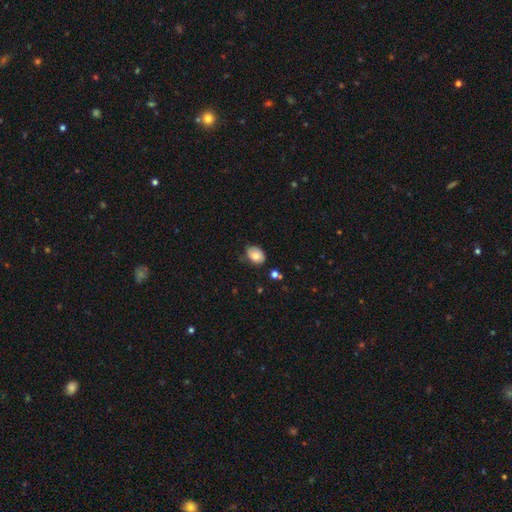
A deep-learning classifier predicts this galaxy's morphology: Smooth or featured? smooth (77%)
How rounded? in between (72%)
Merging? none (62%)